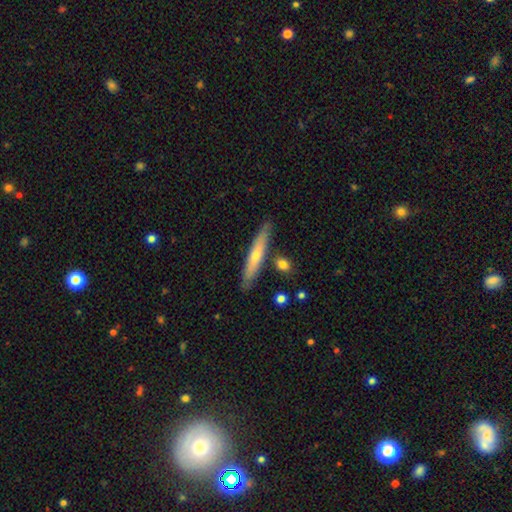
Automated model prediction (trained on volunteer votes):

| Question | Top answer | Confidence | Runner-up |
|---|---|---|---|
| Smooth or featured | smooth | 53% | featured or disk (41%) |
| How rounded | cigar-shaped | 93% | in between (6%) |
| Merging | none | 83% | minor disturbance (11%) |